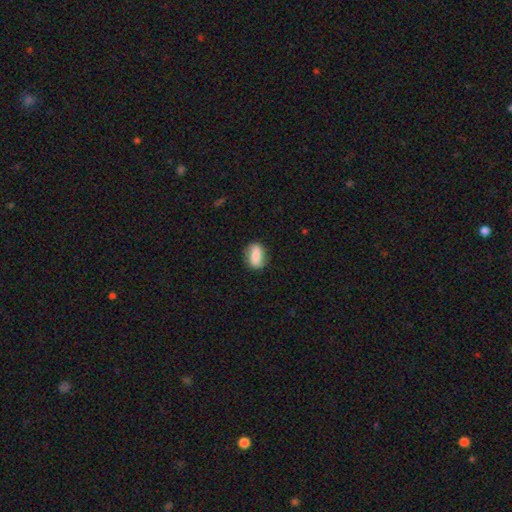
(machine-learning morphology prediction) type=smooth (78%); roundness=in between (80%); merging=none (80%).